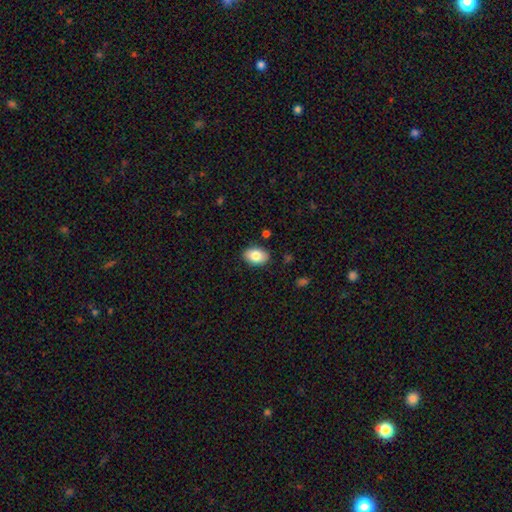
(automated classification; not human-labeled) A smooth galaxy with no disk features (84%) that is in between round and cigar-shaped (86%). Merging: none (88%).